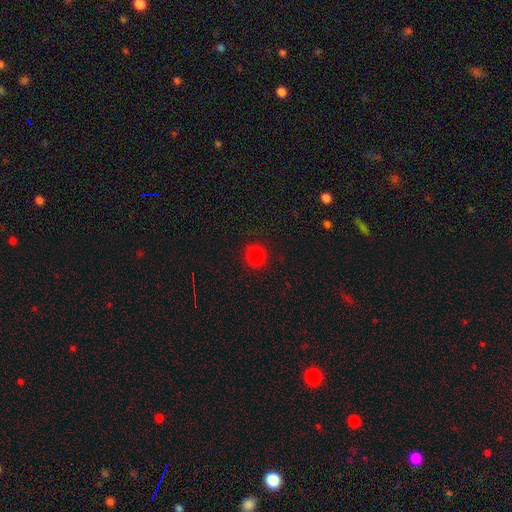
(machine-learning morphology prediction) type=smooth (83%); roundness=round (92%); merging=none (91%).